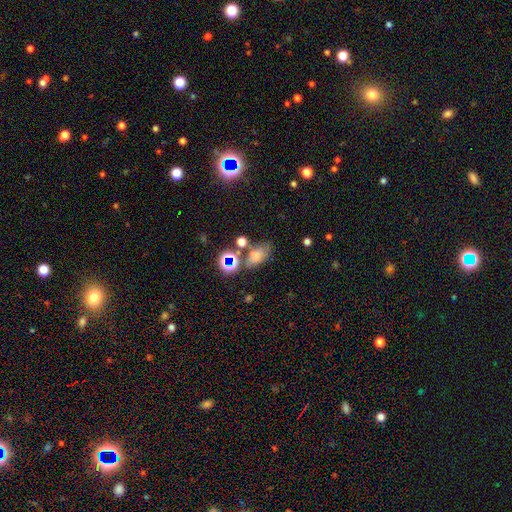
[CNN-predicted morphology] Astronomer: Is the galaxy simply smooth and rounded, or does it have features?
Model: smooth — 66%.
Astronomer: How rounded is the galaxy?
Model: in between — 81%.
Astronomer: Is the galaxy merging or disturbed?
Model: none — 53%.